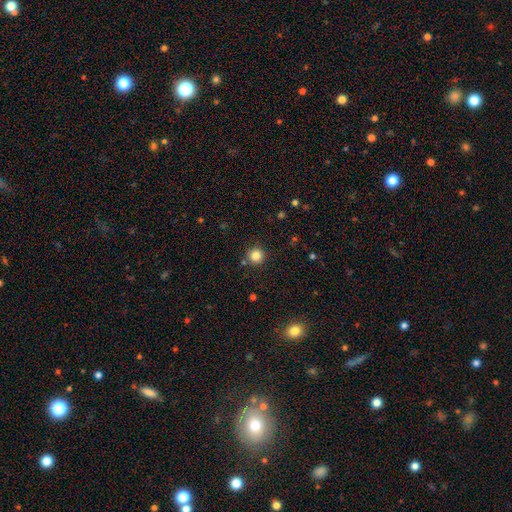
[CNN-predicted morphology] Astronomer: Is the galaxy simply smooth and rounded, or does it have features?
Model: smooth — 82%.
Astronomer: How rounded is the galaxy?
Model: round — 95%.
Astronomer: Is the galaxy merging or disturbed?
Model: none — 87%.